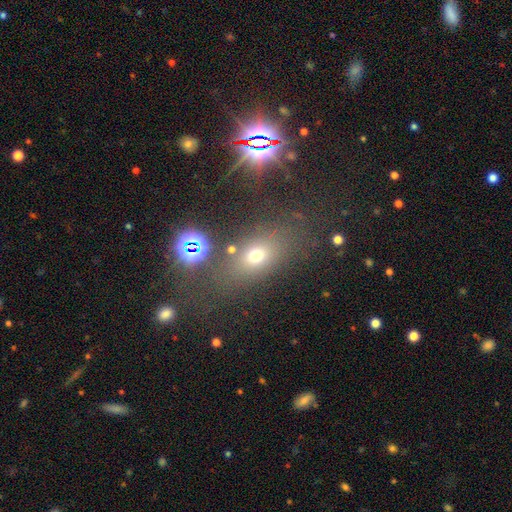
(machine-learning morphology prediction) Overall: smooth (63%). How rounded: in between (64%; round 30%). Merging: none (69%).